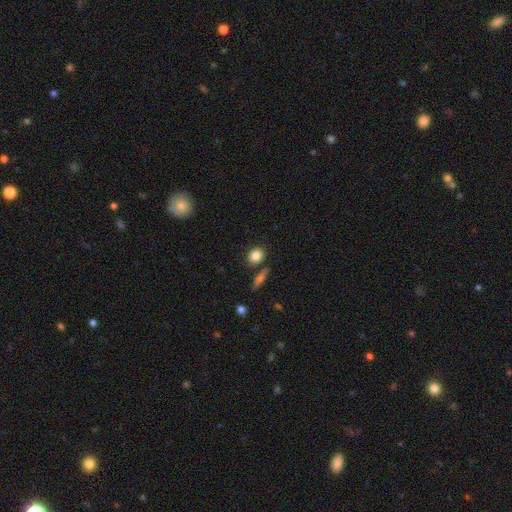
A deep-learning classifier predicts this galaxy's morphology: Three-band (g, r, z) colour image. It shows a smooth galaxy with no disk features (84%) that is round (64%). Merging: none (79%).